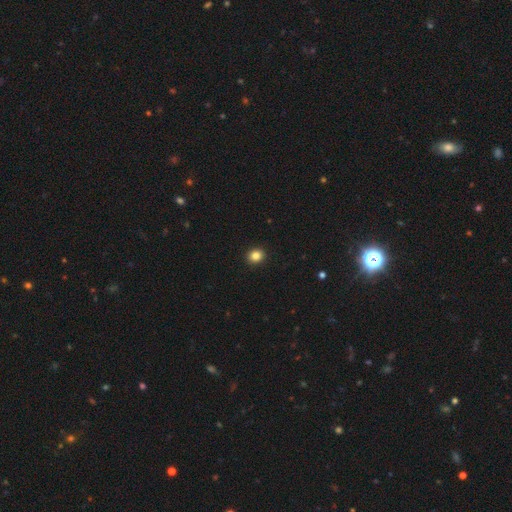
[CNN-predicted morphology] type=smooth (85%); roundness=round (73%); merging=none (93%).